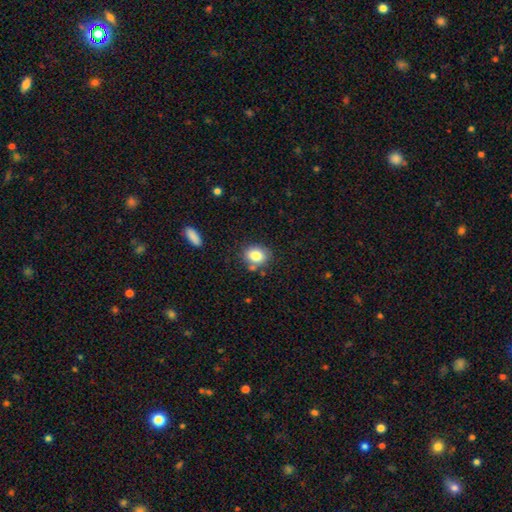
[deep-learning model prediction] Smooth or featured? Predicted: smooth (p=0.83). How rounded? Predicted: in between (p=0.52). Merging? Predicted: none (p=0.71).